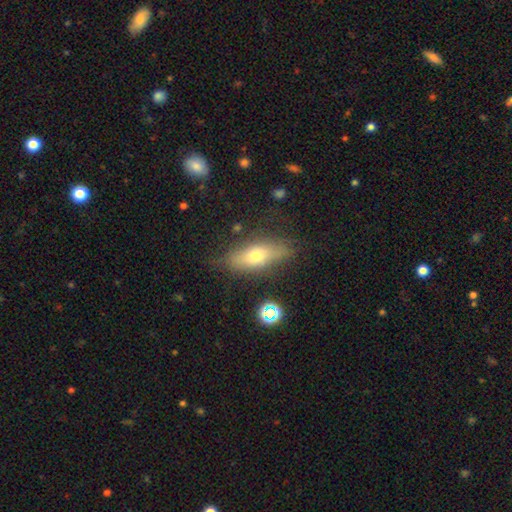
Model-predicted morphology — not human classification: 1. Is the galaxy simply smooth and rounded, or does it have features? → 61% smooth, 30% featured or disk, 9% star or artifact.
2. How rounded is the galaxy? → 63% in between, 33% cigar-shaped, 5% round.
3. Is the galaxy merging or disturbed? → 76% none, 16% minor disturbance, 5% major disturbance, 2% merger.